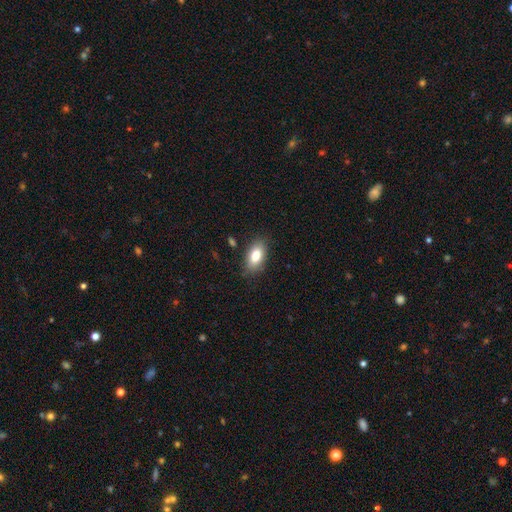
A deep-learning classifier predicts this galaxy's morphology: Smooth or featured? Predicted: smooth (p=0.81). How rounded? Predicted: in between (p=0.90). Merging? Predicted: none (p=0.83).